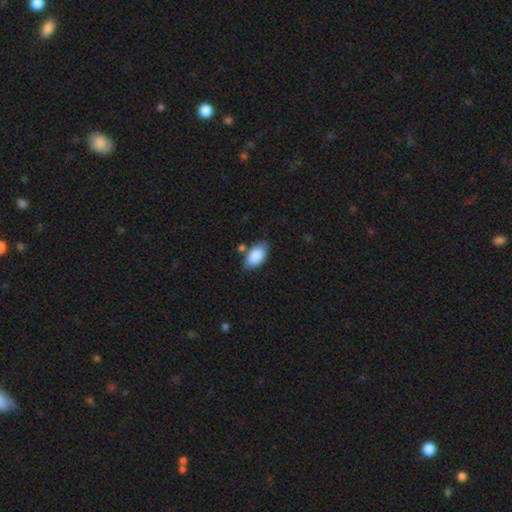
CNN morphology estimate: This appears to be a smooth galaxy with no disk features (88%) that is in between round and cigar-shaped (94%). Merging: none (76%).